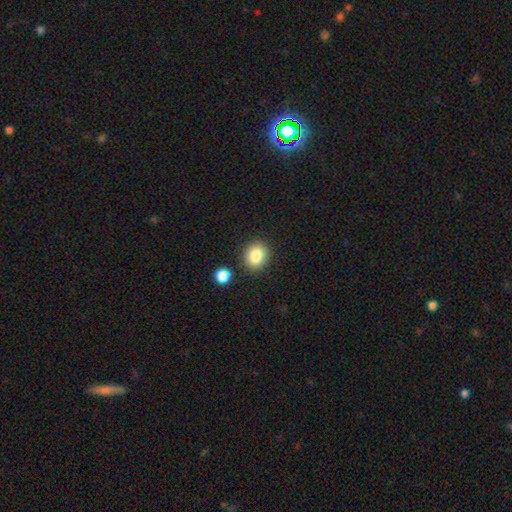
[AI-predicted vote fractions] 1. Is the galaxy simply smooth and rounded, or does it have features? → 86% smooth, 9% star or artifact, 5% featured or disk.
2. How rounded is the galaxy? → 64% round, 35% in between, 1% cigar-shaped.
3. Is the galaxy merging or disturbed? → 84% none, 9% minor disturbance, 5% merger, 3% major disturbance.